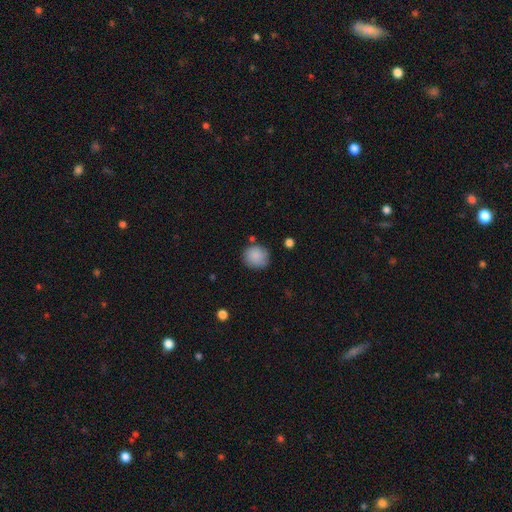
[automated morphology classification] A smooth galaxy with no disk features (88%) that is round (86%).

Vote fractions:
- Smooth or featured? smooth: 88% / star or artifact: 8% / featured or disk: 5%
- How rounded? round: 86% / in between: 13% / cigar-shaped: 1%
- Merging? none: 78% / minor disturbance: 15% / merger: 4% / major disturbance: 4%